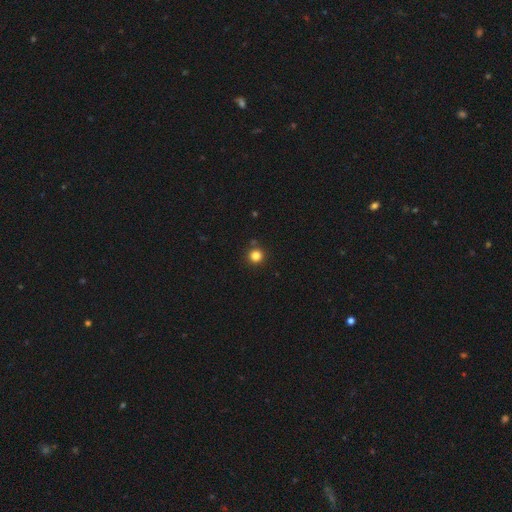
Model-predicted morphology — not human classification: Smooth or featured? smooth (83%)
How rounded? round (95%)
Merging? none (89%)